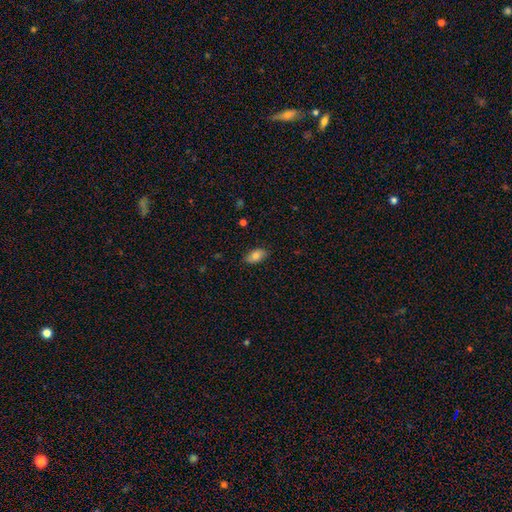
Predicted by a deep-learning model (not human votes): Morphology: type=smooth (80%); roundness=in between (92%); merging=none (84%).